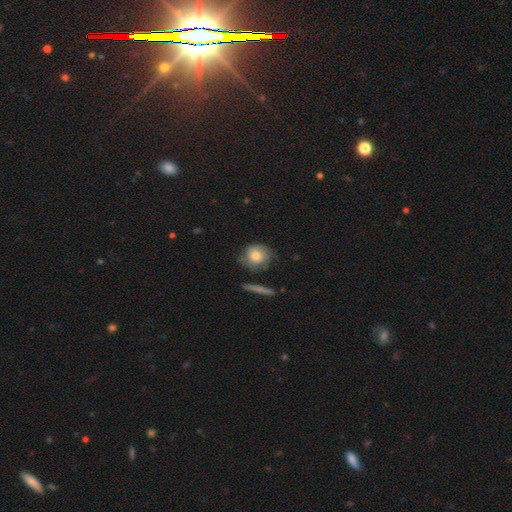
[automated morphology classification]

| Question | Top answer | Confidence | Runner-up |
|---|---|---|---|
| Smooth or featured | smooth | 61% | featured or disk (32%) |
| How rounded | round | 78% | in between (20%) |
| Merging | none | 61% | minor disturbance (25%) |